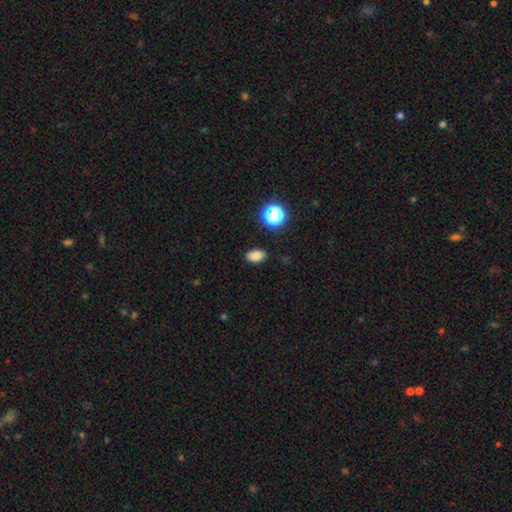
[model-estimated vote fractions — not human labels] Q: Smooth or featured?
A: smooth (80%); runner-up: star or artifact (15%)
Q: How rounded?
A: in between (85%); runner-up: round (13%)
Q: Merging?
A: none (85%); runner-up: minor disturbance (11%)